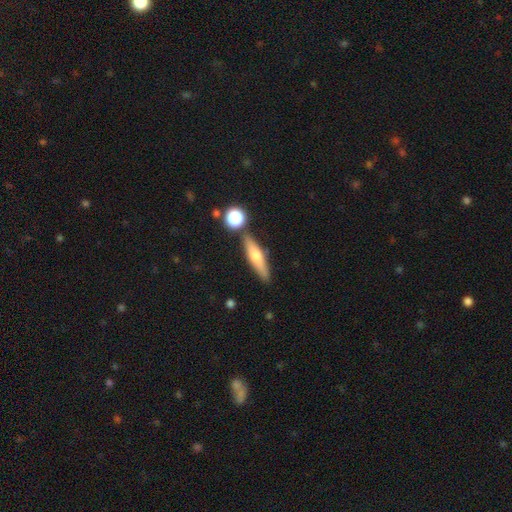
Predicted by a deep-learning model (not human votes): smooth-or-featured: smooth: 51% | featured or disk: 42% | star or artifact: 8%
  how-rounded: cigar-shaped: 75% | in between: 22% | round: 3%
  merging: none: 80% | minor disturbance: 10% | merger: 7% | major disturbance: 3%